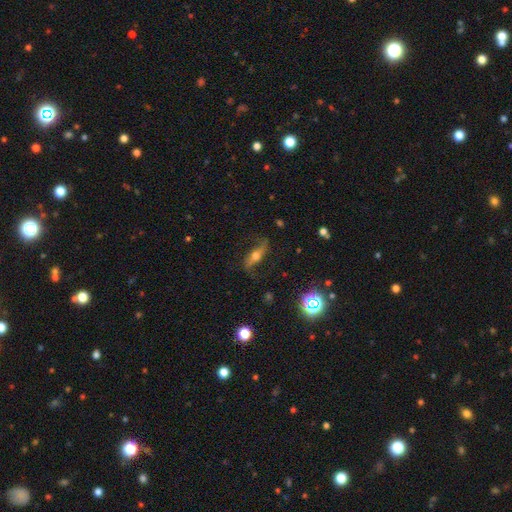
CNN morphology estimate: A featured or disk galaxy (67%).

Vote fractions:
- Smooth or featured? featured or disk: 67% / smooth: 23% / star or artifact: 10%
- Edge-on disk? no: 57% / yes: 43%
- Merging? none: 75% / minor disturbance: 16% / major disturbance: 8% / merger: 2%